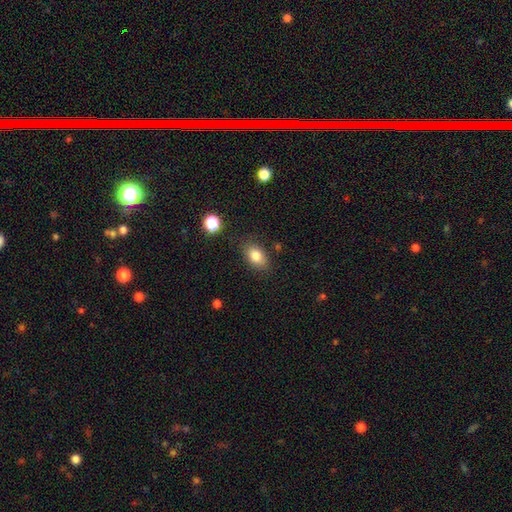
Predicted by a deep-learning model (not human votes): Overall: smooth (81%). How rounded: in between (83%). Merging: none (82%).